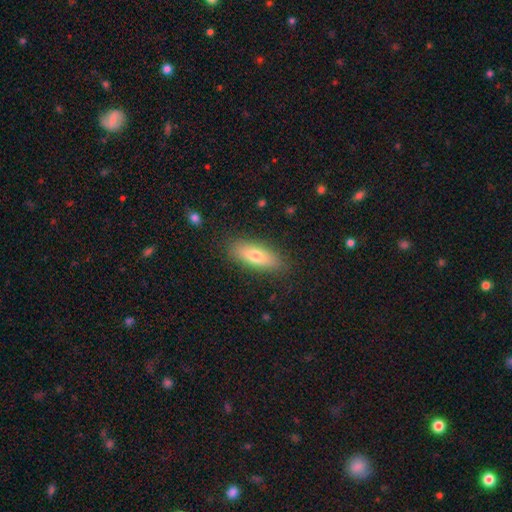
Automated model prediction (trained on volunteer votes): The model was most divided on "how rounded": in between: 68%, cigar-shaped: 29%, round: 3%. More confident: merging — none (87%); smooth or featured — smooth (71%).